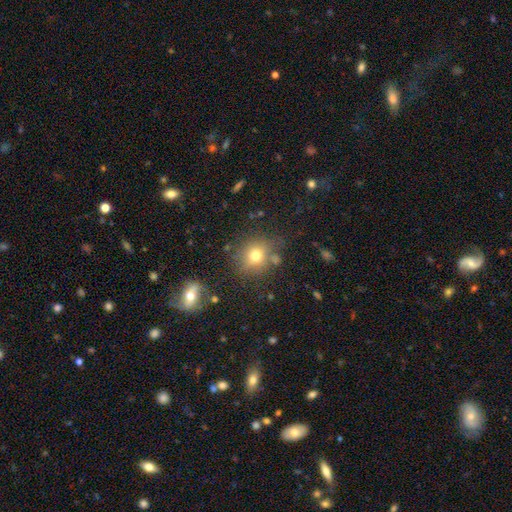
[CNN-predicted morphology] smooth 71%, star or artifact 15%, featured or disk 14%. Down the decision tree: how rounded — round (76%); merging — none (75%).